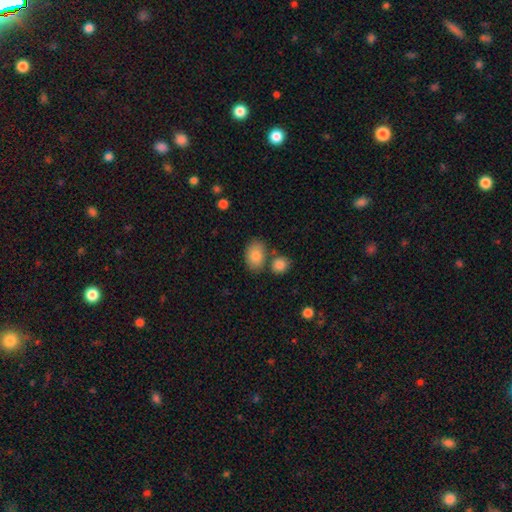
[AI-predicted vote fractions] smooth 83%, featured or disk 9%, star or artifact 7%. Down the decision tree: how rounded — in between (83%); merging — none (64%).